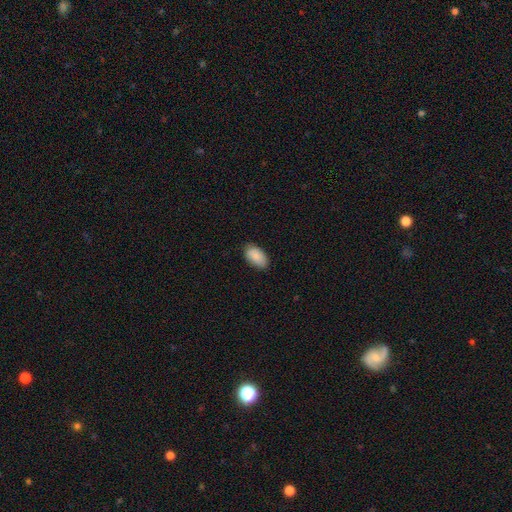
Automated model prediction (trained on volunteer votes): A smooth galaxy with no disk features (88%) that is in between round and cigar-shaped (94%).

Vote fractions:
- Smooth or featured? smooth: 88% / star or artifact: 6% / featured or disk: 6%
- How rounded? in between: 94% / round: 4% / cigar-shaped: 2%
- Merging? none: 81% / minor disturbance: 16% / major disturbance: 3% / merger: 1%